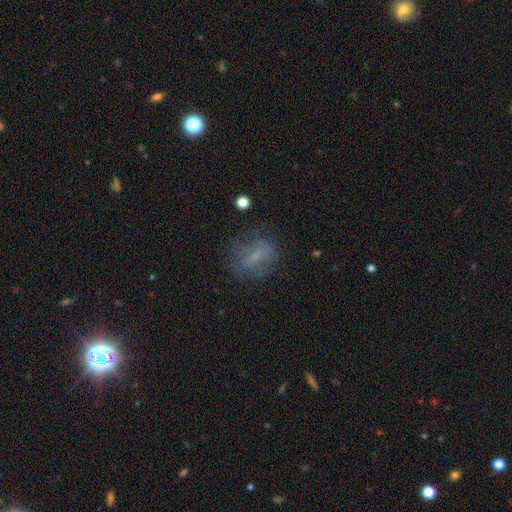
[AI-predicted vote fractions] A smooth galaxy with no disk features (51%) that is in between round and cigar-shaped (59%).

Vote fractions:
- Smooth or featured? smooth: 51% / featured or disk: 33% / star or artifact: 16%
- How rounded? in between: 59% / round: 32% / cigar-shaped: 9%
- Merging? none: 65% / minor disturbance: 19% / major disturbance: 14% / merger: 2%